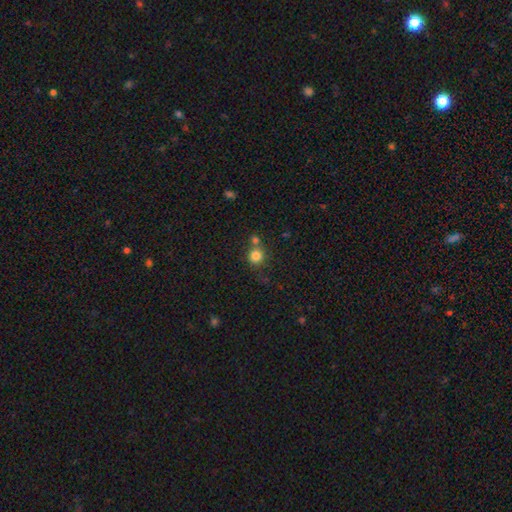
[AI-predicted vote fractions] Smooth or featured? smooth (81%)
How rounded? round (90%)
Merging? none (61%)